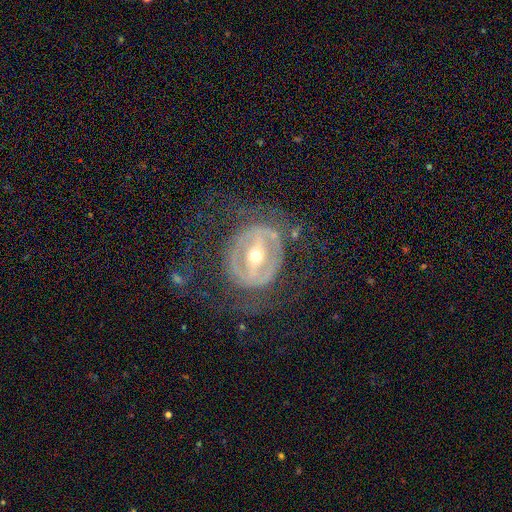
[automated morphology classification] This appears to be a featured or disk galaxy (82%) with a strong bar (65%), no spiral arms (54%) and a moderate central bulge (53%). Merging: none (63%).